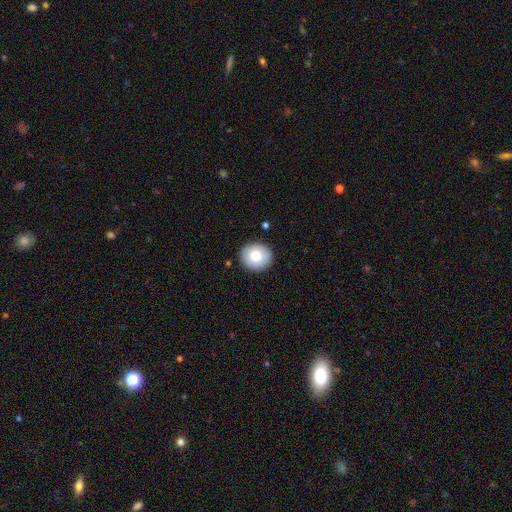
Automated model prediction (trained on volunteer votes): Overall: smooth (74%). How rounded: round (85%). Merging: none (90%).